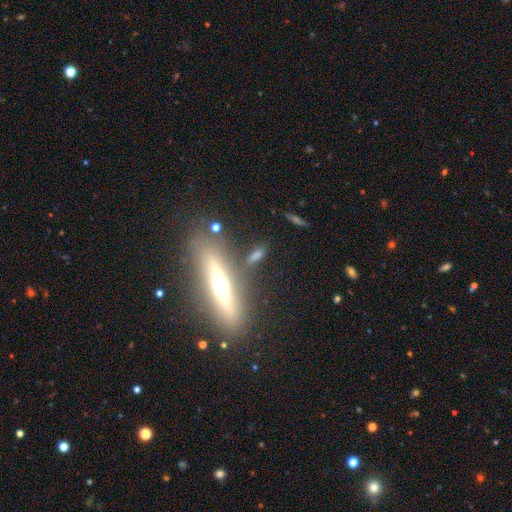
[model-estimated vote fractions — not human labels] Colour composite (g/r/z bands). It shows a featured or disk galaxy (61%) viewed edge-on (88%) with a rounded central bulge (86%). Merging: none (78%).